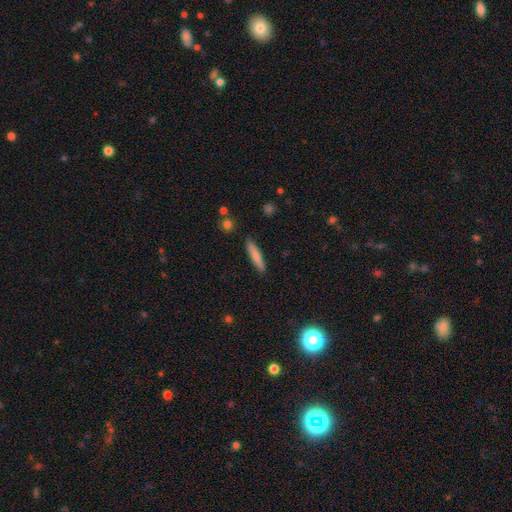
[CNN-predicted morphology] Smooth or featured? smooth (77%)
How rounded? cigar-shaped (90%)
Merging? none (89%)